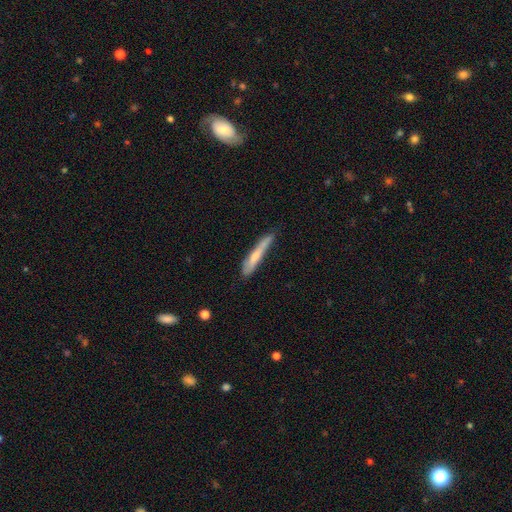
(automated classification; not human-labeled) smooth-or-featured: smooth: 61% | featured or disk: 33% | star or artifact: 6%
  how-rounded: cigar-shaped: 93% | in between: 6% | round: 1%
  merging: none: 61% | minor disturbance: 28% | major disturbance: 8% | merger: 3%